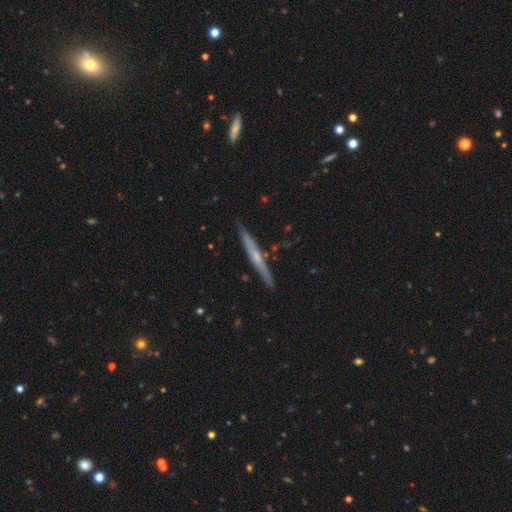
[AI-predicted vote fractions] This is likely a featured or disk galaxy (60%). It is clearly viewed edge-on (96%). Edge-on bulge: possibly none (56%). Merging: clearly none (87%).